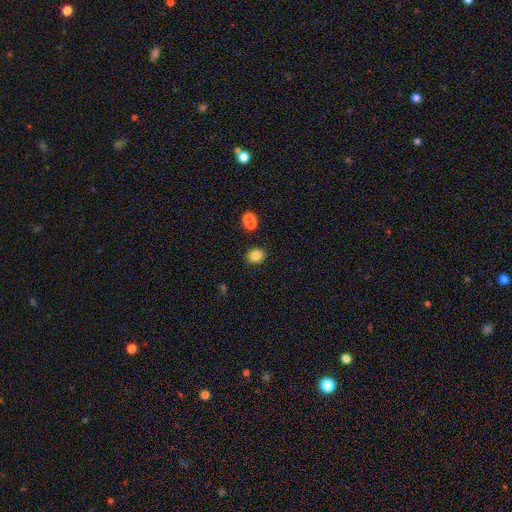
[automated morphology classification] Smooth or featured: smooth — 83% (star or artifact — 11%)
How rounded: round — 74% (in between — 26%)
Merging: none — 84% (minor disturbance — 8%)